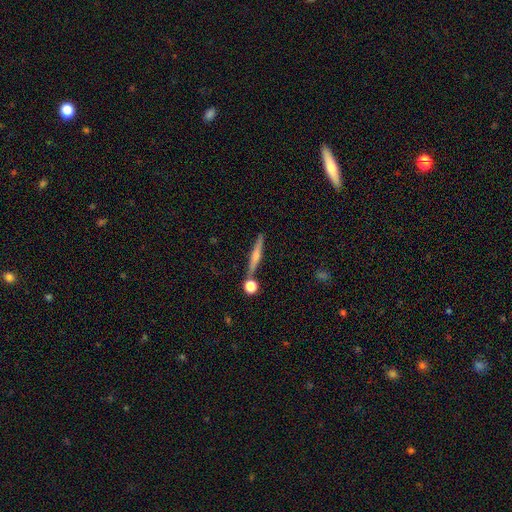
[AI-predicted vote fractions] smooth-or-featured: featured or disk: 53% | smooth: 39% | star or artifact: 8%
  disk-edge-on: yes: 96% | no: 4%
    edge-on-bulge: rounded: 72% | none: 17% | boxy: 10%
  merging: none: 78% | merger: 10% | minor disturbance: 9% | major disturbance: 3%